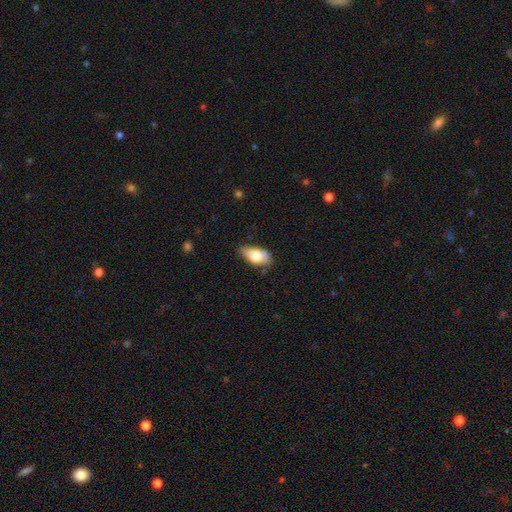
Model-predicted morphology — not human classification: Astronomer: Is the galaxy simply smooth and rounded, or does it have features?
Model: smooth — 74%.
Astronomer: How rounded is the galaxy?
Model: in between — 89%.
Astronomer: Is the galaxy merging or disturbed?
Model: none — 59%.